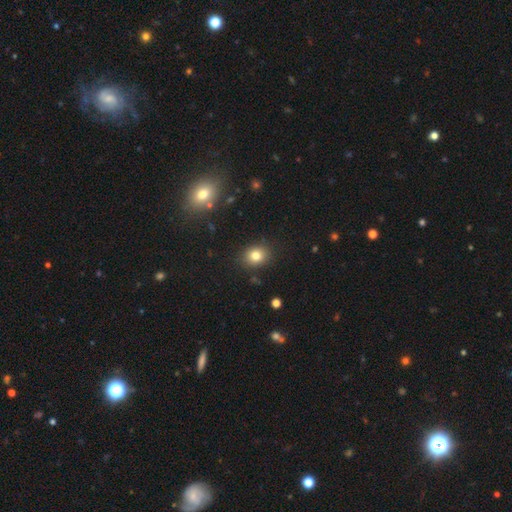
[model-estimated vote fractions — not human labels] smooth 80%, star or artifact 12%, featured or disk 8%. Down the decision tree: how rounded — round (54%); merging — none (87%).